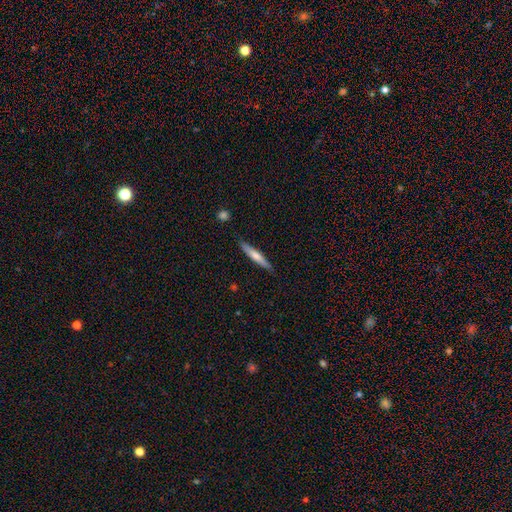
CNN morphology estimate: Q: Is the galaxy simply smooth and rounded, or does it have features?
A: smooth — 58%.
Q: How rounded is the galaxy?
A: cigar-shaped — 93%.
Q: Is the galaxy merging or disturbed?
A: none — 87%.